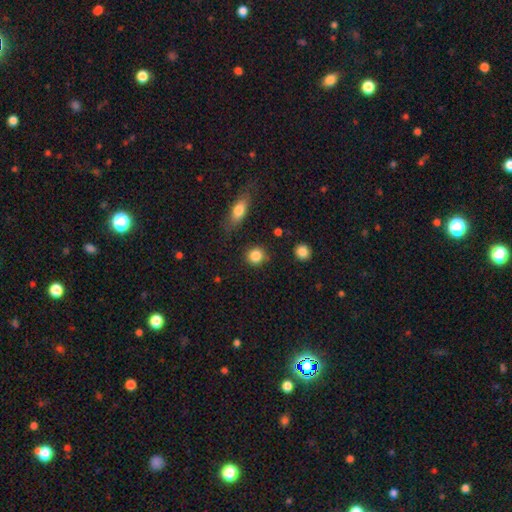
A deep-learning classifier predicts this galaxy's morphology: A smooth galaxy with no disk features (86%) that is round (88%). Merging: none (85%).